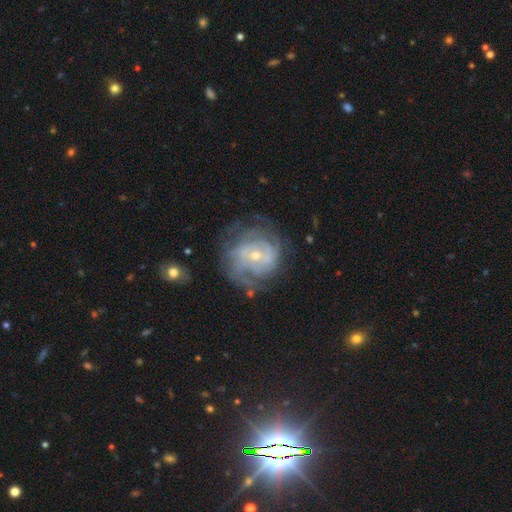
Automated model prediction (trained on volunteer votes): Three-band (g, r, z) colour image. It shows a featured or disk galaxy (79%) with no bar (63%), tight (58%) spiral arms (86%) and a small central bulge (68%). Merging: none (63%).